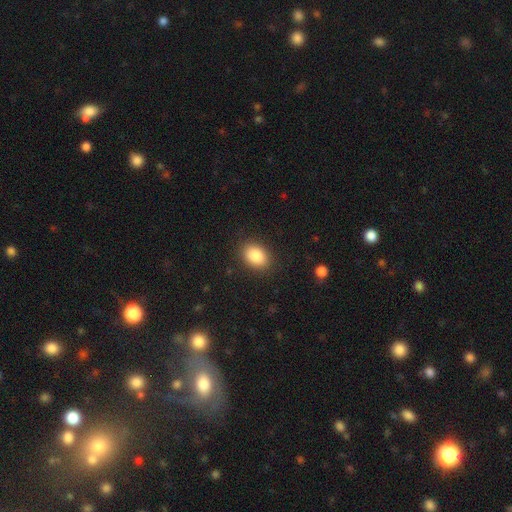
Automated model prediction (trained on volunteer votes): Smooth or featured: smooth — 87% (star or artifact — 8%)
How rounded: in between — 79% (round — 19%)
Merging: none — 87% (minor disturbance — 9%)